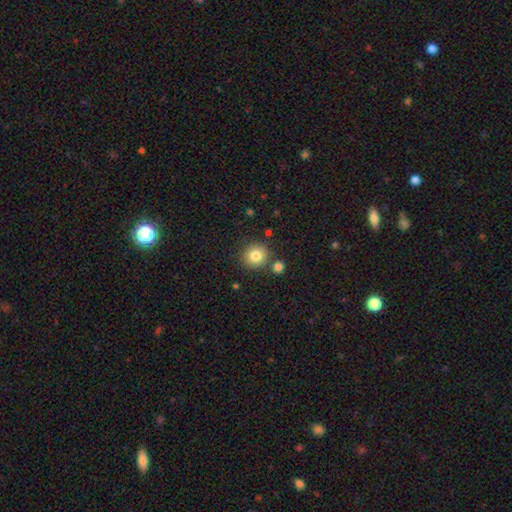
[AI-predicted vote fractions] Smooth or featured?
  - smooth: 82% *
  - star or artifact: 10%
  - featured or disk: 8%
How rounded?
  - round: 91% *
  - in between: 8%
  - cigar-shaped: 1%
Merging?
  - none: 81% *
  - merger: 9%
  - minor disturbance: 8%
  - major disturbance: 3%